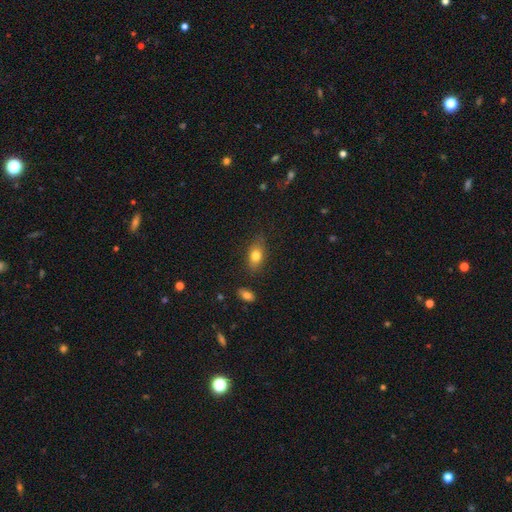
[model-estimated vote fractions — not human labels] A smooth galaxy with no disk features (79%) that is in between round and cigar-shaped (83%). Merging: none (79%).